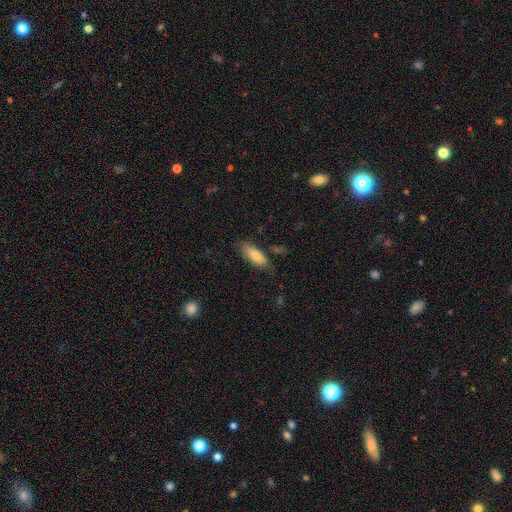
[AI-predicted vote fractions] smooth-or-featured: smooth: 79% | featured or disk: 15% | star or artifact: 6%
  how-rounded: in between: 71% | cigar-shaped: 27% | round: 2%
  merging: none: 71% | minor disturbance: 21% | major disturbance: 5% | merger: 3%